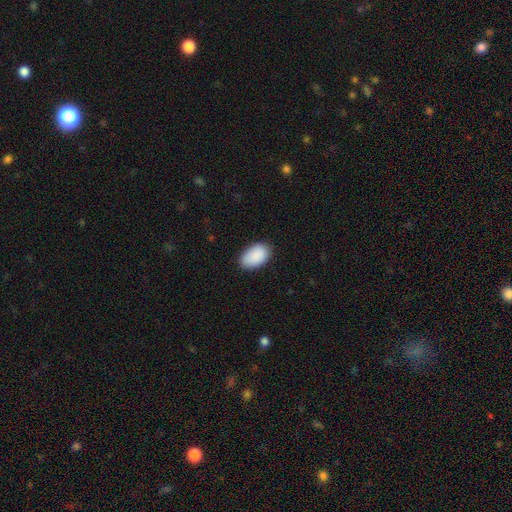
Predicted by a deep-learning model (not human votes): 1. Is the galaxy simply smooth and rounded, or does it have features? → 91% smooth, 6% star or artifact, 3% featured or disk.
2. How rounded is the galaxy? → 94% in between, 5% round, 1% cigar-shaped.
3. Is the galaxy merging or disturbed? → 83% none, 13% minor disturbance, 2% major disturbance, 1% merger.